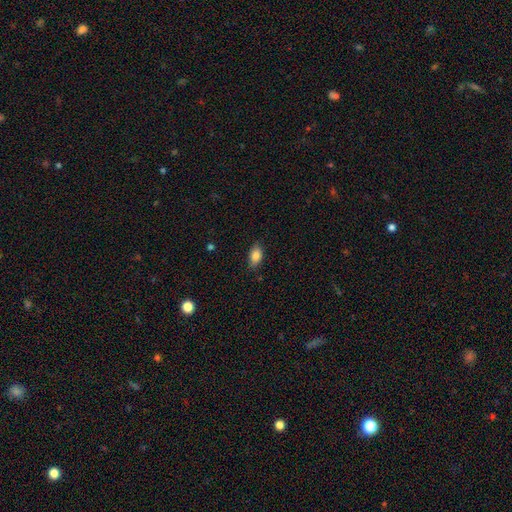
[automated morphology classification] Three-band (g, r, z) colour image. It shows a smooth galaxy with no disk features (85%) that is in between round and cigar-shaped (88%). Merging: none (83%).